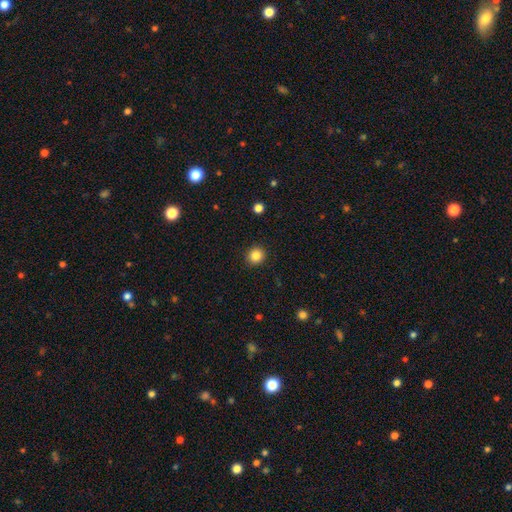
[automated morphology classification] The model was most divided on "smooth or featured": smooth: 84%, star or artifact: 11%, featured or disk: 5%. More confident: merging — none (92%); how rounded — round (89%).